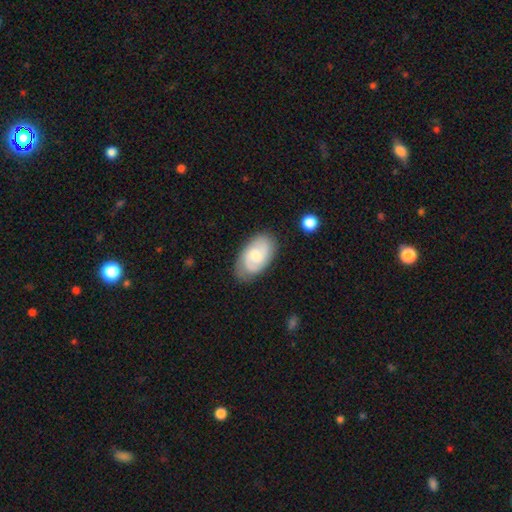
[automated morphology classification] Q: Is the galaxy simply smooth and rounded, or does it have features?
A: featured or disk — 62%.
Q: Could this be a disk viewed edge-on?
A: no — 96%.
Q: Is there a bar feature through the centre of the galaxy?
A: no — 48%.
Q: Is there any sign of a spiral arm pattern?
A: yes — 90%.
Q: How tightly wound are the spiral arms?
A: medium — 45%.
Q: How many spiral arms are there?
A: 2 — 72%.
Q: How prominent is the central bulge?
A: moderate — 51%.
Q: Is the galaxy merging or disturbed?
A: none — 76%.